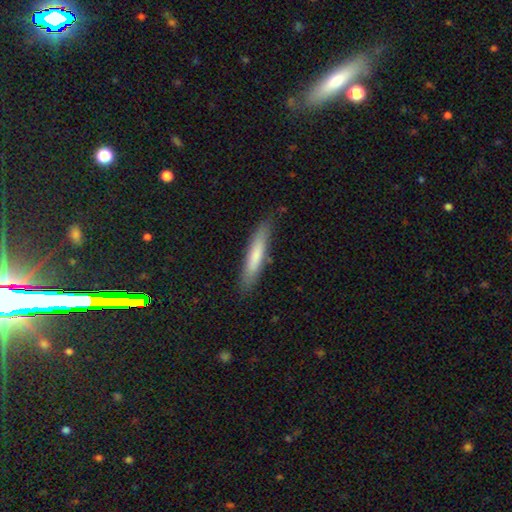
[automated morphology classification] A smooth galaxy with no disk features (74%) that is cigar-shaped (89%).

Vote fractions:
- Smooth or featured? smooth: 74% / featured or disk: 20% / star or artifact: 6%
- How rounded? cigar-shaped: 89% / in between: 10% / round: 1%
- Merging? none: 85% / minor disturbance: 11% / major disturbance: 2% / merger: 1%